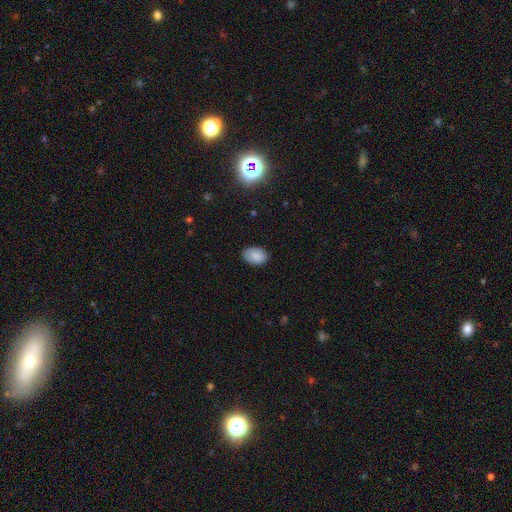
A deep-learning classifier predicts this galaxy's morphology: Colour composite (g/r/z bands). It shows a smooth galaxy with no disk features (87%) that is in between round and cigar-shaped (85%). Merging: none (85%).